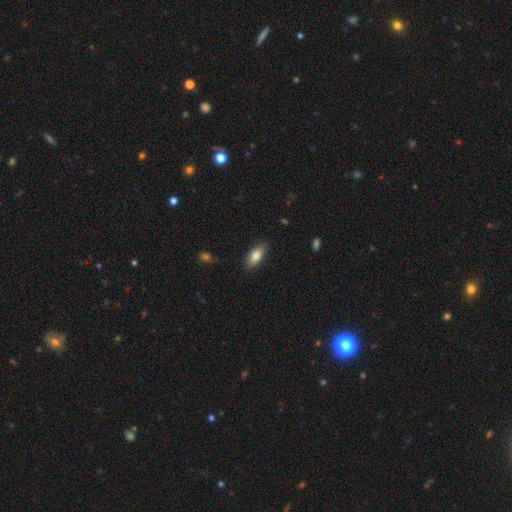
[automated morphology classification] Smooth or featured?
  - smooth: 84% *
  - featured or disk: 9%
  - star or artifact: 7%
How rounded?
  - in between: 83% *
  - cigar-shaped: 15%
  - round: 2%
Merging?
  - none: 87% *
  - minor disturbance: 10%
  - major disturbance: 2%
  - merger: 1%